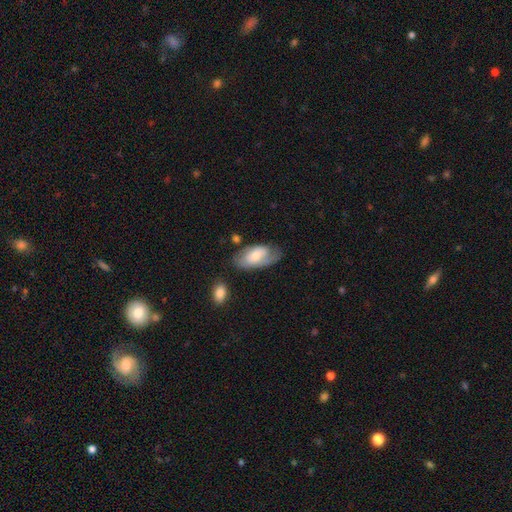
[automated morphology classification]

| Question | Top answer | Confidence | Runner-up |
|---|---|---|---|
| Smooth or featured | featured or disk | 51% | smooth (43%) |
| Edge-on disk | no | 92% | yes (8%) |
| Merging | none | 59% | minor disturbance (25%) |